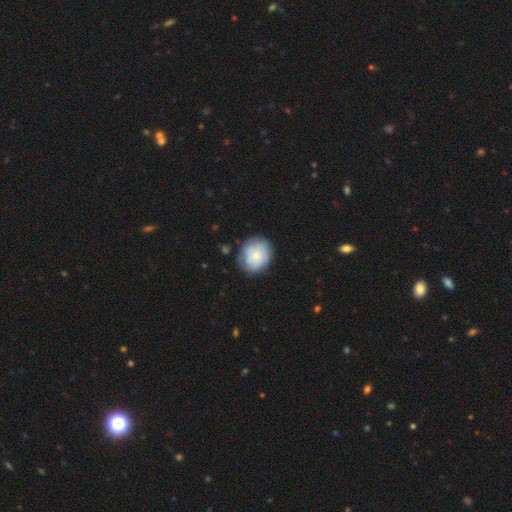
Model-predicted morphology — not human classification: type=smooth (79%); roundness=round (70%); merging=none (76%).